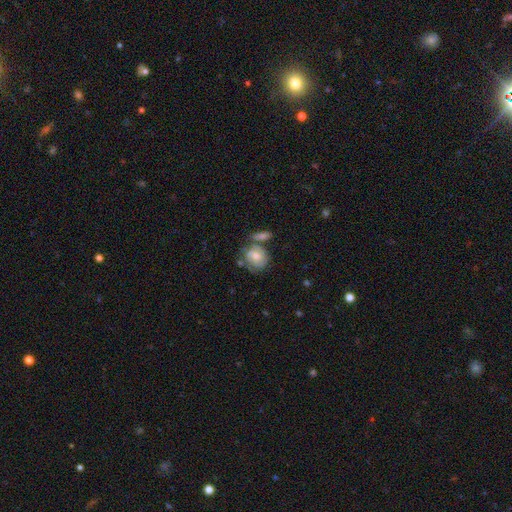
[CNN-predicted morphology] Smooth or featured? featured or disk (48%)
Merging? none (47%)